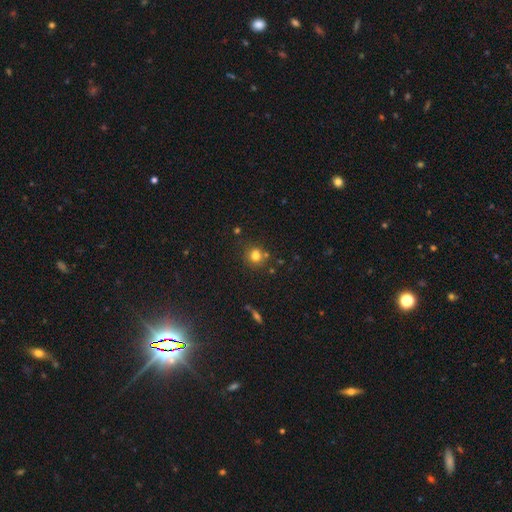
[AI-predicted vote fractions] smooth_or_featured: smooth (p=0.77) [alt: star or artifact p=0.15]
how_rounded: round (p=0.82) [alt: in between p=0.17]
merging: none (p=0.71) [alt: merger p=0.14]